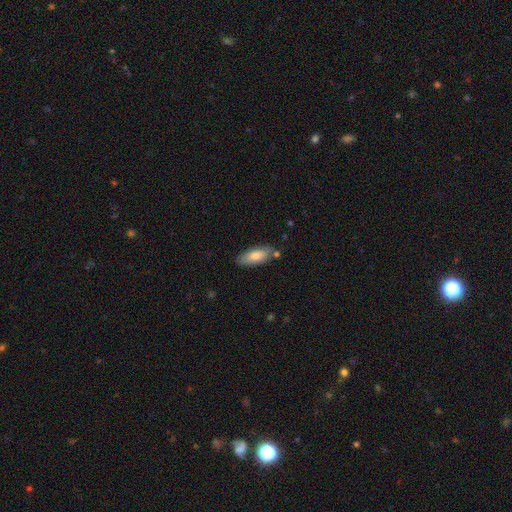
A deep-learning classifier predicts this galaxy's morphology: Q: Smooth or featured?
A: smooth (78%); runner-up: featured or disk (17%)
Q: How rounded?
A: in between (78%); runner-up: cigar-shaped (20%)
Q: Merging?
A: none (75%); runner-up: minor disturbance (16%)